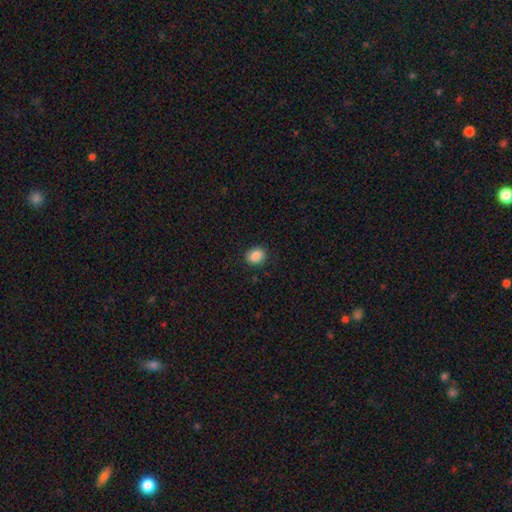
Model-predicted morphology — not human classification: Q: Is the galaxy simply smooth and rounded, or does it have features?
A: smooth — 87%.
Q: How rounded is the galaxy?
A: round — 55%.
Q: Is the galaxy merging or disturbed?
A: none — 86%.